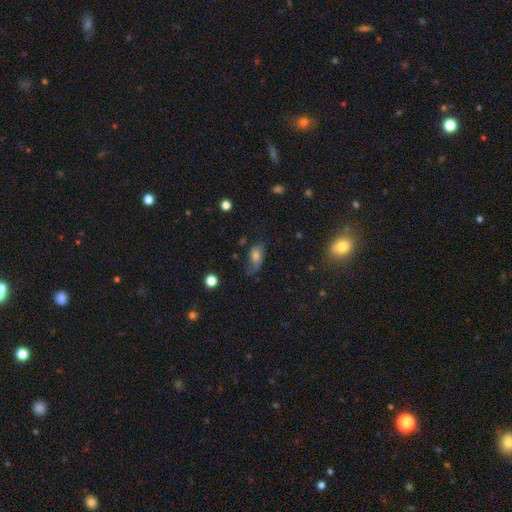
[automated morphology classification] This appears to be a smooth galaxy with no disk features (62%) that is in between round and cigar-shaped (85%). Merging: none (49%).